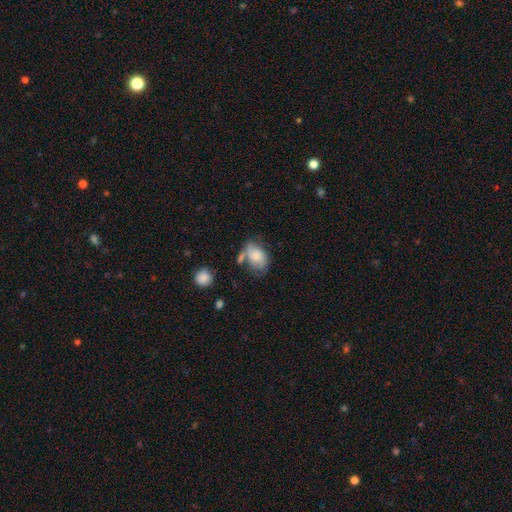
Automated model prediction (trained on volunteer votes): This is likely a smooth galaxy (68%). How rounded: clearly in between (82%). Merging: marginally none (41%).